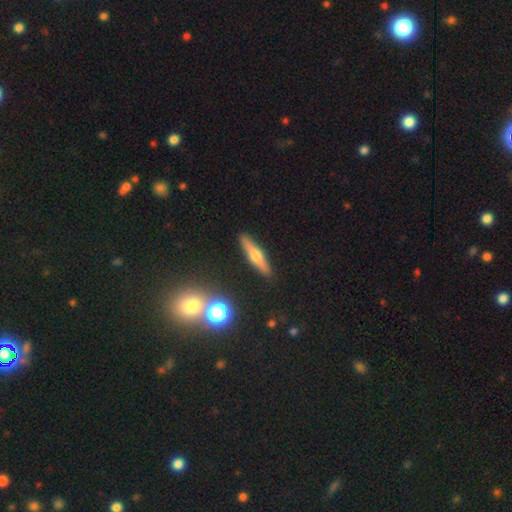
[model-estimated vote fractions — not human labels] The model was most divided on "smooth or featured": featured or disk: 56%, smooth: 36%, star or artifact: 8%. More confident: edge-on disk — yes (95%); edge-on bulge — rounded (91%); merging — none (90%).